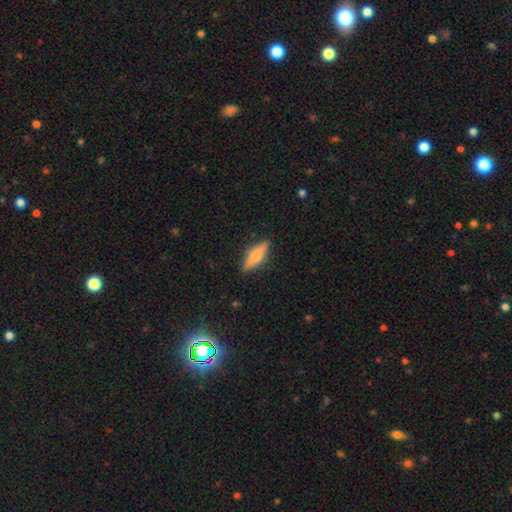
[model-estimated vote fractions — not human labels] This appears to be a smooth galaxy with no disk features (50%) that is cigar-shaped (54%). Merging: none (86%).